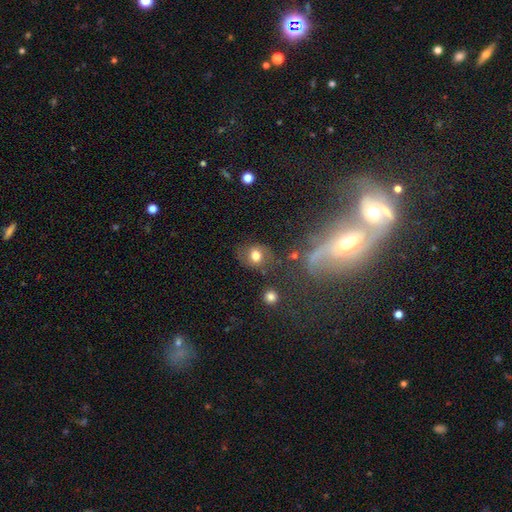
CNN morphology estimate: This is likely a smooth galaxy (67%). How rounded: likely round (61%). Merging: likely none (65%).